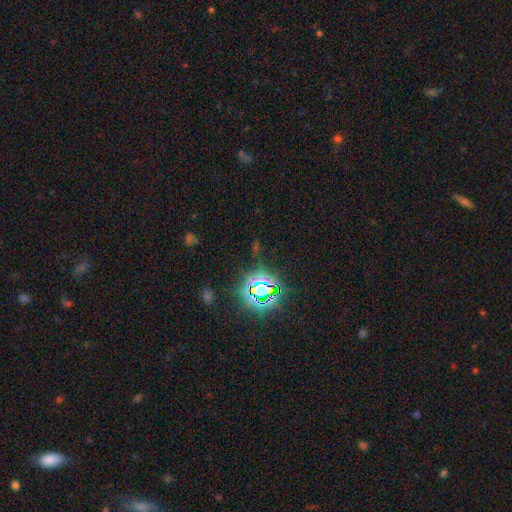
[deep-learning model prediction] This is likely a star or artifact rather than a galaxy (78%).